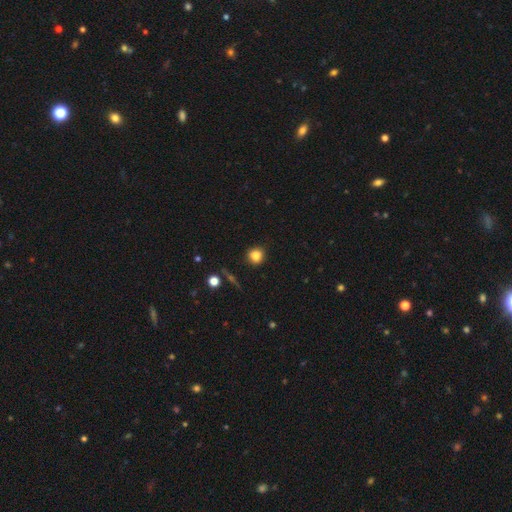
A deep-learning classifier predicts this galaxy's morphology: smooth 83%, star or artifact 11%, featured or disk 6%. Down the decision tree: how rounded — round (86%); merging — none (87%).